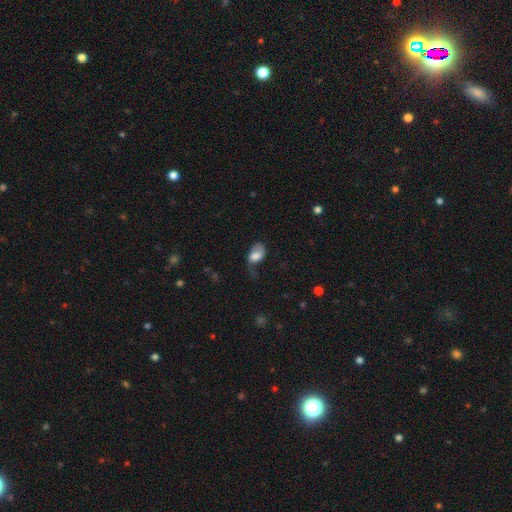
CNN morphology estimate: Smooth or featured?
  - smooth: 68% *
  - featured or disk: 23%
  - star or artifact: 8%
How rounded?
  - in between: 87% *
  - round: 11%
  - cigar-shaped: 2%
Merging?
  - major disturbance: 39% *
  - minor disturbance: 31%
  - none: 27%
  - merger: 3%